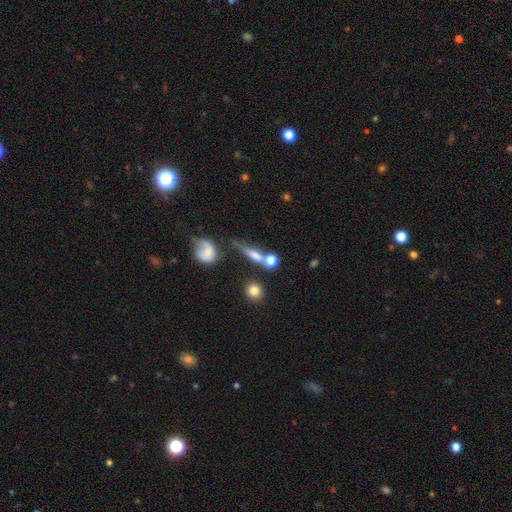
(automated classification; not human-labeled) A smooth galaxy with no disk features (54%) that is cigar-shaped (46%).

Vote fractions:
- Smooth or featured? smooth: 54% / featured or disk: 32% / star or artifact: 14%
- How rounded? cigar-shaped: 46% / in between: 28% / round: 26%
- Merging? none: 47% / merger: 27% / minor disturbance: 16% / major disturbance: 11%